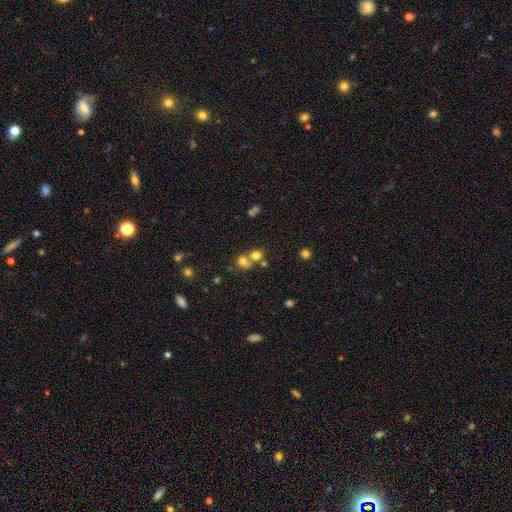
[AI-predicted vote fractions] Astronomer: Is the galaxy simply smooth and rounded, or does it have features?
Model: smooth — 72%.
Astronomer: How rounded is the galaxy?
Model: round — 80%.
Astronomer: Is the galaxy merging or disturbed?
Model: merger — 49% (runner-up: none, 41%).